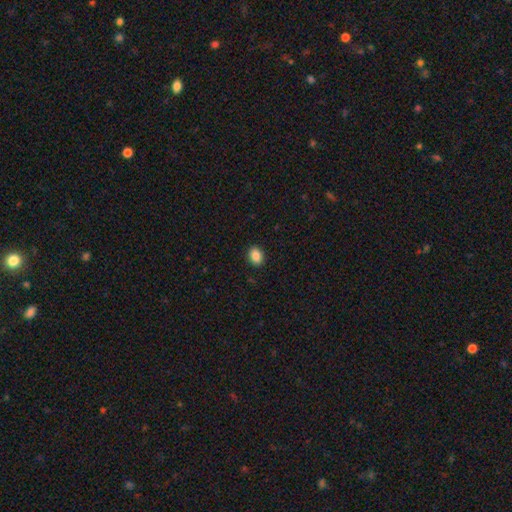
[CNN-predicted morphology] Overall: smooth (88%). How rounded: in between (67%; round 32%). Merging: none (90%).